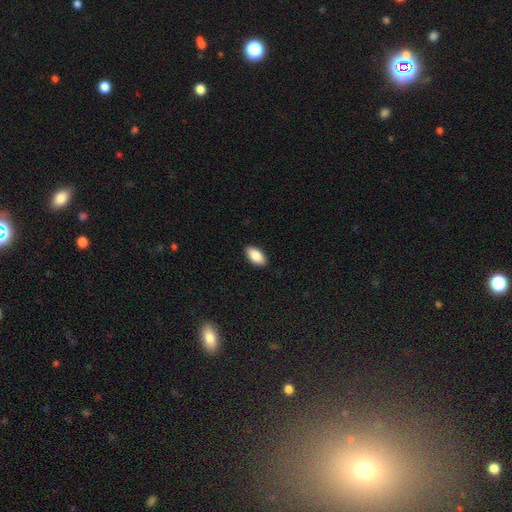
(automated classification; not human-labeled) This is clearly a smooth galaxy (87%). How rounded: clearly in between (92%). Merging: clearly none (90%).